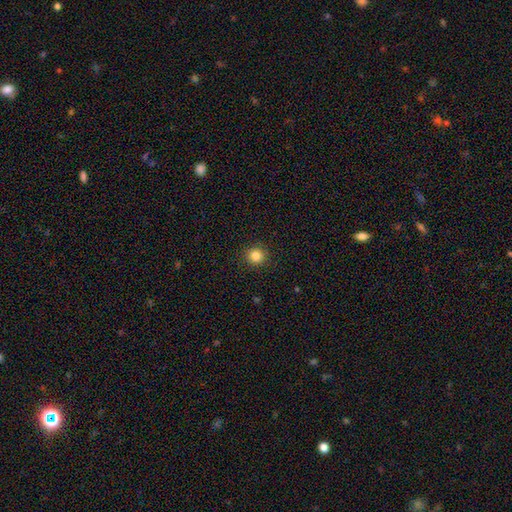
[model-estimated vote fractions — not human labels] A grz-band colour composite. It shows a smooth galaxy with no disk features (84%) that is round (93%). Merging: none (92%).